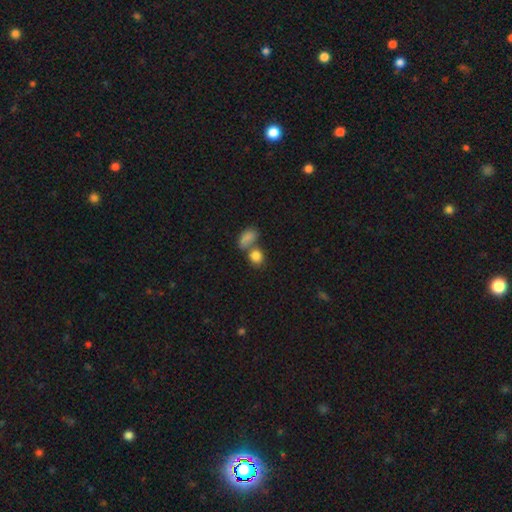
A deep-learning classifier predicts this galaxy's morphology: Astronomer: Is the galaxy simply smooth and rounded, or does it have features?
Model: smooth — 84%.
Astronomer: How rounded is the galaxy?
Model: round — 60% (runner-up: in between, 39%).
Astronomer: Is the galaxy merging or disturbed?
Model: none — 44% (runner-up: merger, 42%).